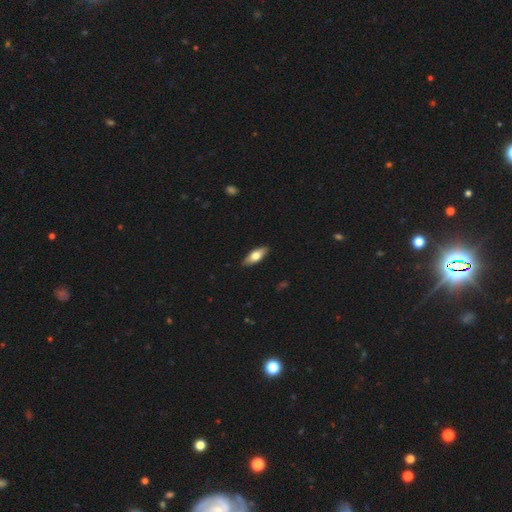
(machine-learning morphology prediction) This appears to be a smooth galaxy with no disk features (68%) that is in between round and cigar-shaped (71%). Merging: none (88%).